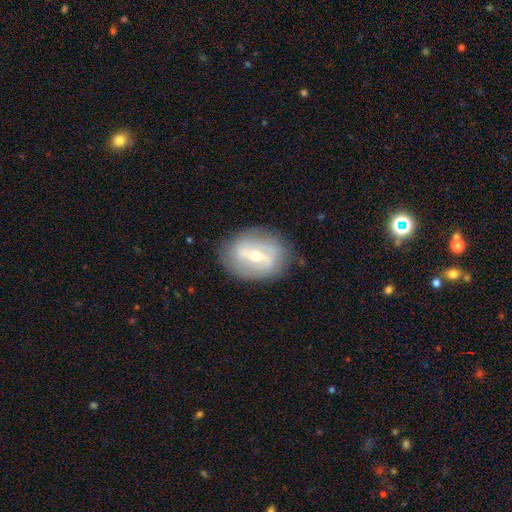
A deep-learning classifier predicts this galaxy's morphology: featured or disk 77%, smooth 16%, star or artifact 6%. Down the decision tree: edge-on disk — no (95%); bar — strong (45%); spiral arms — yes (77%); spiral arm count — 2 (63%); spiral winding — tight (43%); bulge size — moderate (59%); merging — none (80%).